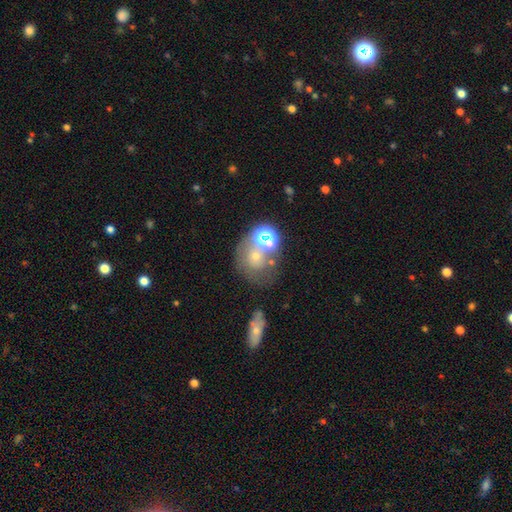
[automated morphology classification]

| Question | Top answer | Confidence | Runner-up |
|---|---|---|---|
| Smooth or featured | smooth | 40% | star or artifact (33%) |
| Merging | none | 46% | merger (28%) |